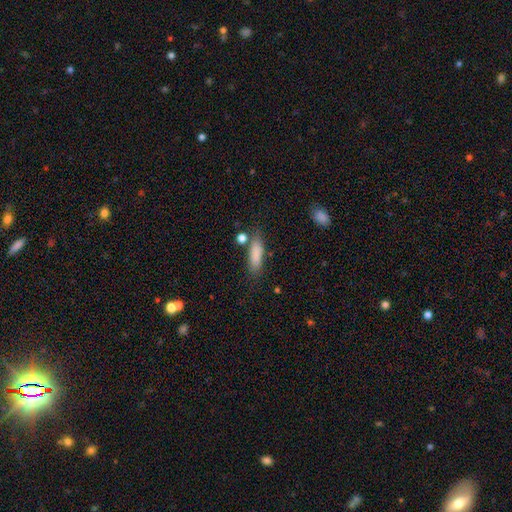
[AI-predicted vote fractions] Overall: smooth (83%). How rounded: cigar-shaped (55%; in between 43%). Merging: none (73%).